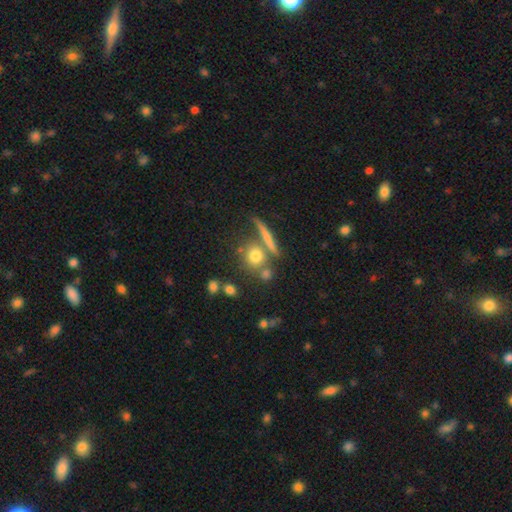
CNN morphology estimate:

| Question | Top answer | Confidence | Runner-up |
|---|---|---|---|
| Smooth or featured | smooth | 70% | featured or disk (18%) |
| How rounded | round | 77% | in between (15%) |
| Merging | none | 63% | merger (21%) |